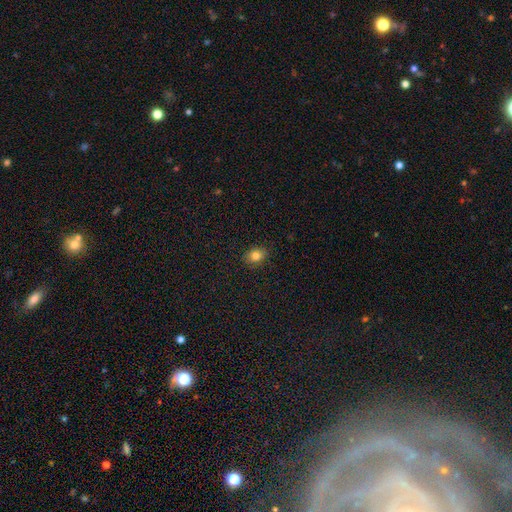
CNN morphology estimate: Q: Smooth or featured?
A: smooth (82%); runner-up: star or artifact (11%)
Q: How rounded?
A: in between (54%); runner-up: round (45%)
Q: Merging?
A: none (88%); runner-up: minor disturbance (9%)